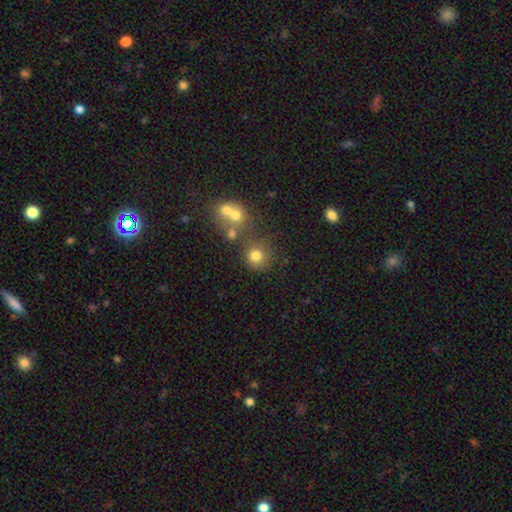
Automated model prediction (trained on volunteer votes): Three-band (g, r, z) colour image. It shows a smooth galaxy with no disk features (75%) that is round (89%). Merging: none (67%).